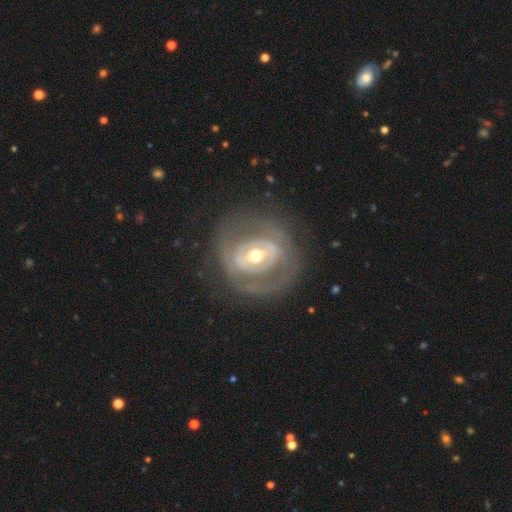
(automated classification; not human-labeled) Smooth or featured? featured or disk (77%)
Edge-on disk? no (95%)
Bar? weak (35%)
Spiral arms? no (55%)
Bulge size? moderate (69%)
Merging? none (69%)